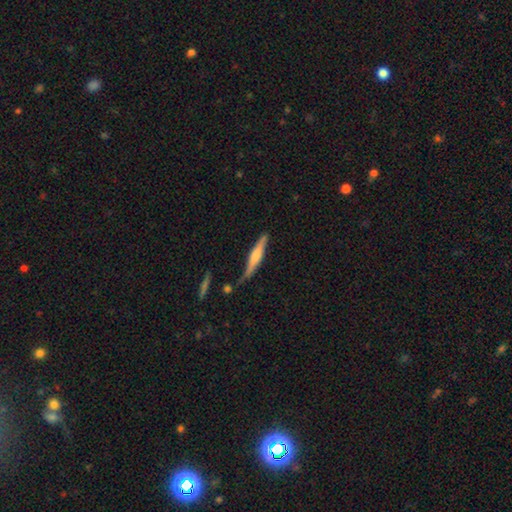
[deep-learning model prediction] smooth_or_featured: featured or disk (p=0.49) [alt: smooth p=0.46]
merging: none (p=0.65) [alt: minor disturbance p=0.23]